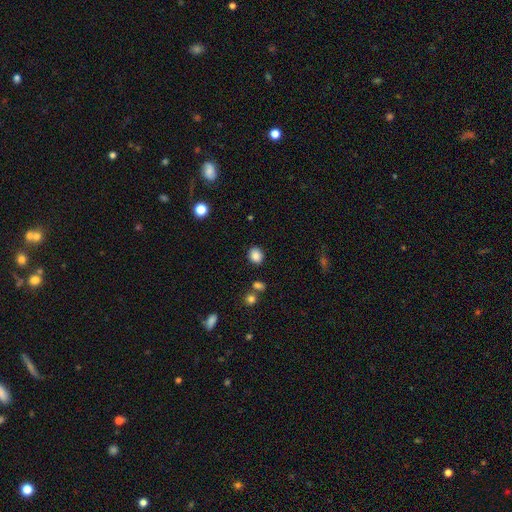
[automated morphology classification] A smooth galaxy with no disk features (86%) that is round (54%). Merging: none (84%).